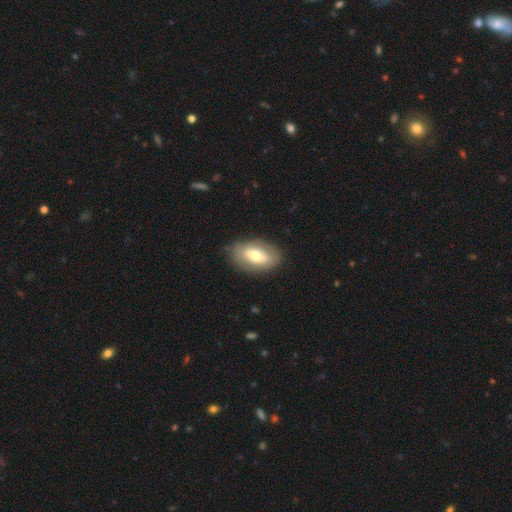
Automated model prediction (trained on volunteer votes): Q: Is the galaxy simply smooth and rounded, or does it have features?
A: smooth — 56%.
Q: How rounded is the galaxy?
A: in between — 91%.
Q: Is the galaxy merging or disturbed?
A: none — 82%.